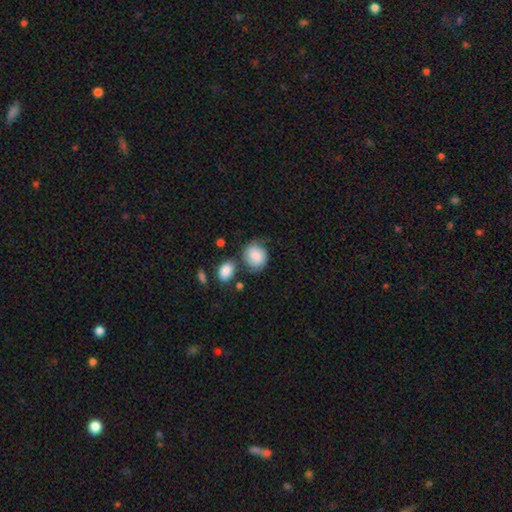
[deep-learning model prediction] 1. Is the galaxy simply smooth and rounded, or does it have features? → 68% smooth, 25% featured or disk, 8% star or artifact.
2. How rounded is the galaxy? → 65% round, 34% in between, 1% cigar-shaped.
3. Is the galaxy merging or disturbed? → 61% none, 22% minor disturbance, 9% merger, 8% major disturbance.